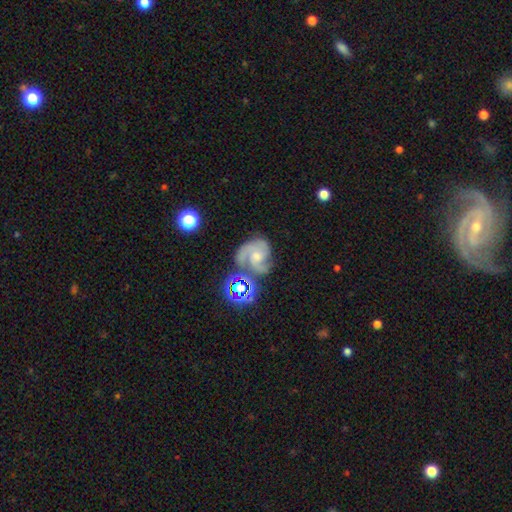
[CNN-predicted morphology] Smooth or featured?
  - featured or disk: 78% *
  - smooth: 11%
  - star or artifact: 10%
Edge-on disk?
  - no: 98% *
  - yes: 2%
Bar?
  - no: 67% *
  - weak: 27%
  - strong: 6%
Spiral arms?
  - yes: 96% *
  - no: 4%
Spiral winding?
  - medium: 50% *
  - tight: 35%
  - loose: 14%
Spiral arm count?
  - 2: 38% * (tied)
  - 3: 38% * (tied)
  - can't tell: 11%
  - 1: 7%
  - 4: 4%
  - more than 4: 3%
Bulge size?
  - small: 46% *
  - moderate: 42%
  - none: 7%
  - large: 4%
  - dominant: 1%
Merging?
  - none: 43% *
  - minor disturbance: 22%
  - major disturbance: 18%
  - merger: 17%